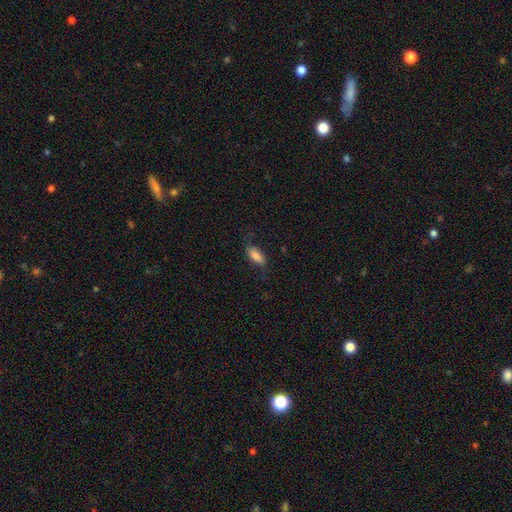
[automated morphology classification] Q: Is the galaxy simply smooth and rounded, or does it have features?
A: smooth — 78%.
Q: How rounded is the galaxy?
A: in between — 79%.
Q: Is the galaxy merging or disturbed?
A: none — 68%.